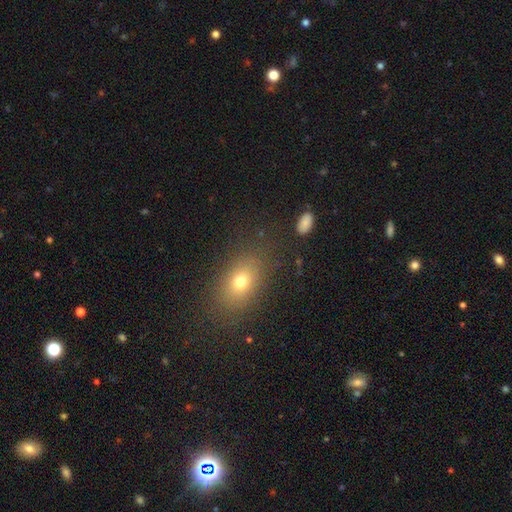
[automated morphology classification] Overall: smooth (63%; star or artifact 26%). How rounded: in between (70%). Merging: none (86%).